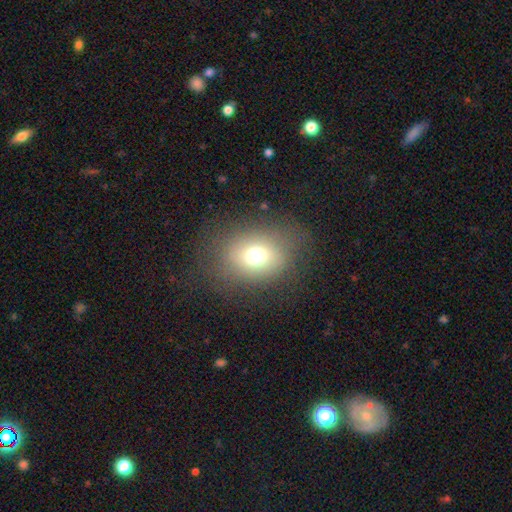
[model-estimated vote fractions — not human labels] smooth 67%, star or artifact 19%, featured or disk 14%. Down the decision tree: how rounded — round (51%); merging — none (76%).